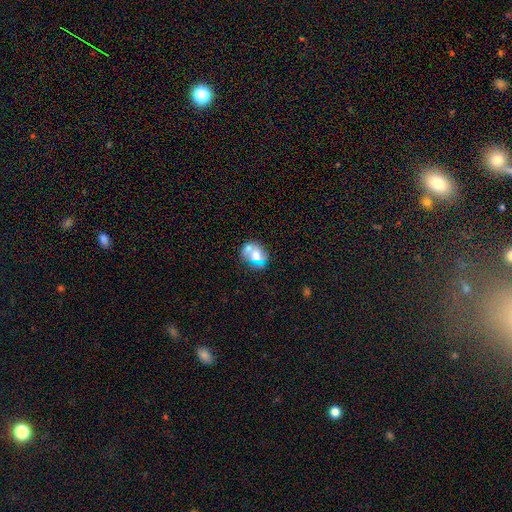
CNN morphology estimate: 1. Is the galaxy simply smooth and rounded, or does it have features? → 51% smooth, 37% featured or disk, 11% star or artifact.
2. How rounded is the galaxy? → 50% round, 49% in between, 1% cigar-shaped.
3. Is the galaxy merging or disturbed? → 37% none, 35% merger, 17% minor disturbance, 11% major disturbance.